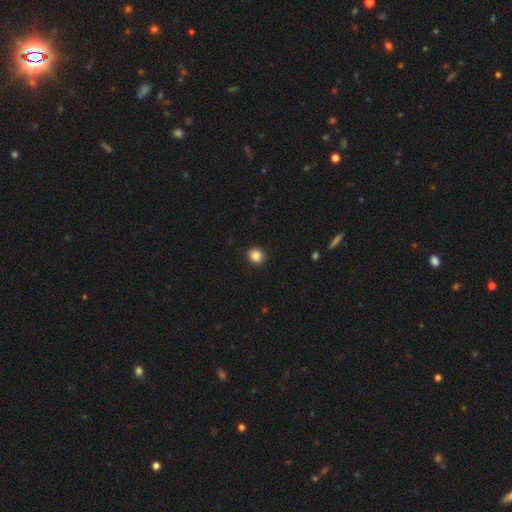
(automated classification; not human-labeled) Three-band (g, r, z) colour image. It shows a smooth galaxy with no disk features (87%) that is round (84%). Merging: none (92%).